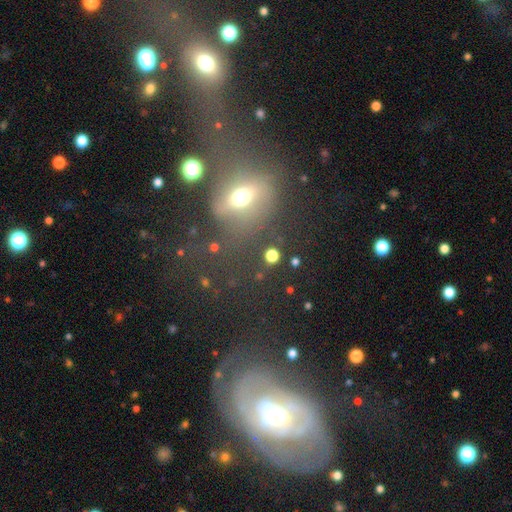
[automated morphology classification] Overall: featured or disk (44%; smooth 35%). Merging: none (46%; major disturbance 19%).